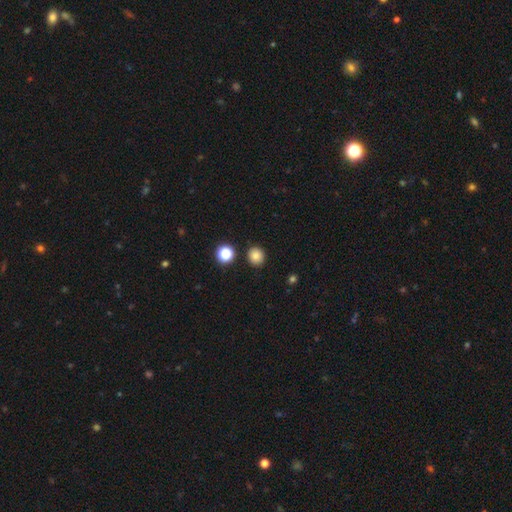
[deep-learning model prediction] Smooth or featured? smooth (83%)
How rounded? round (87%)
Merging? none (88%)